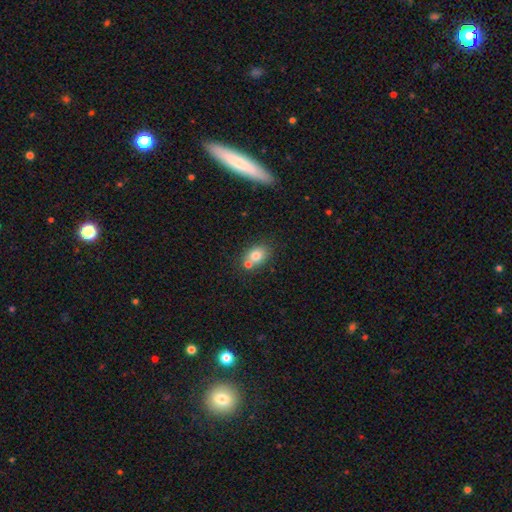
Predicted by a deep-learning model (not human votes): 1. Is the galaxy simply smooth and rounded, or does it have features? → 76% smooth, 13% featured or disk, 11% star or artifact.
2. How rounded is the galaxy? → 56% in between, 43% round, 1% cigar-shaped.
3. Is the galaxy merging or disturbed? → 54% none, 31% merger, 11% minor disturbance, 4% major disturbance.